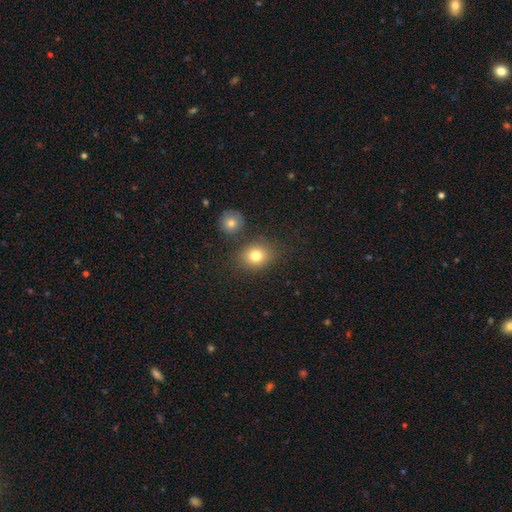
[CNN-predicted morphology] Overall: smooth (79%). How rounded: round (66%; in between 33%). Merging: none (77%).